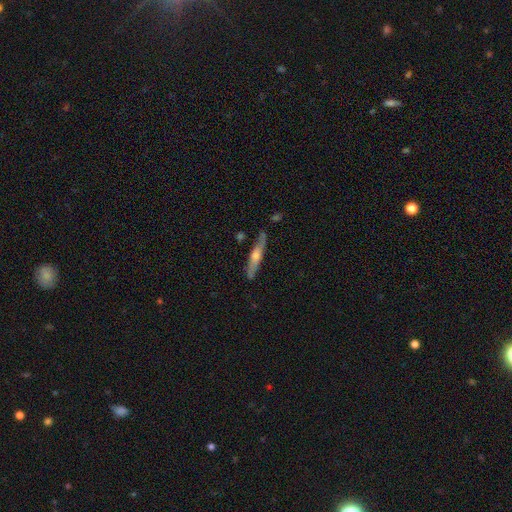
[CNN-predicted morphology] A featured or disk galaxy (56%) viewed edge-on (90%) with a rounded central bulge (80%). Merging: none (79%).